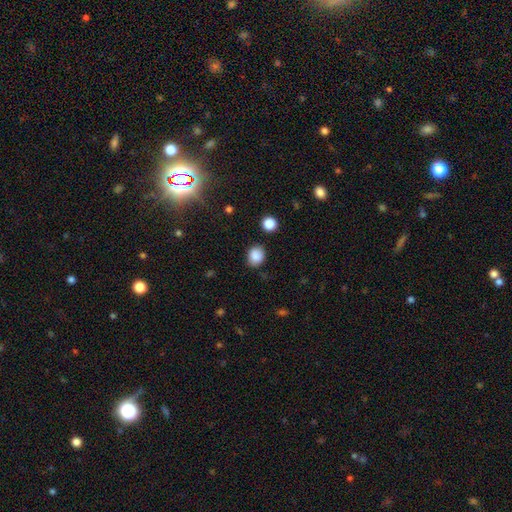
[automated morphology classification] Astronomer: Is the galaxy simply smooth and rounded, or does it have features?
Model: smooth — 86%.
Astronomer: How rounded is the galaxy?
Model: round — 59% (runner-up: in between, 40%).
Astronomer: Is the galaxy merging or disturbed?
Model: none — 82%.